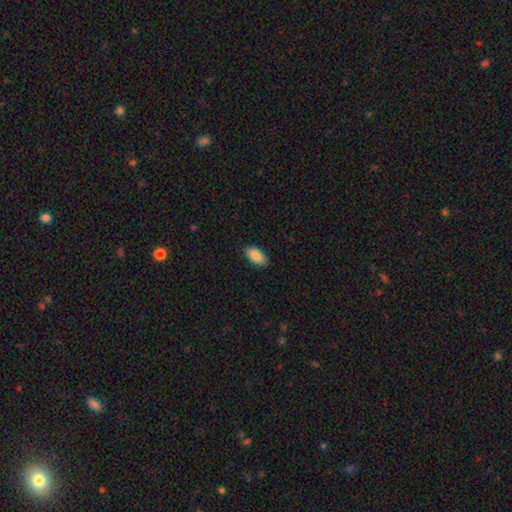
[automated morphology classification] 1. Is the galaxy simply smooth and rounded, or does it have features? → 88% smooth, 6% star or artifact, 5% featured or disk.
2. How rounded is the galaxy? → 93% in between, 4% cigar-shaped, 2% round.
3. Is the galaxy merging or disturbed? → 89% none, 9% minor disturbance, 2% major disturbance, 1% merger.